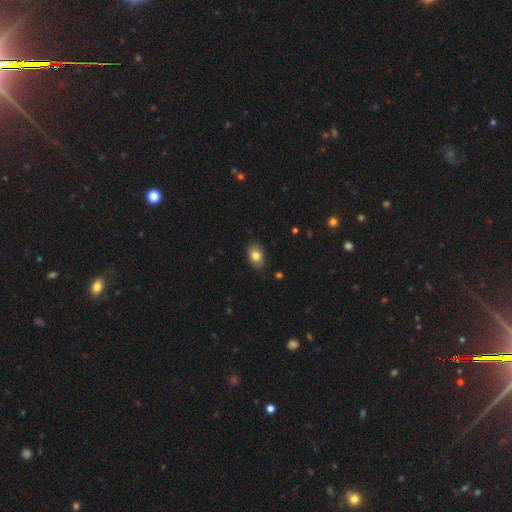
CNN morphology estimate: type=smooth (82%); roundness=in between (88%); merging=none (85%).